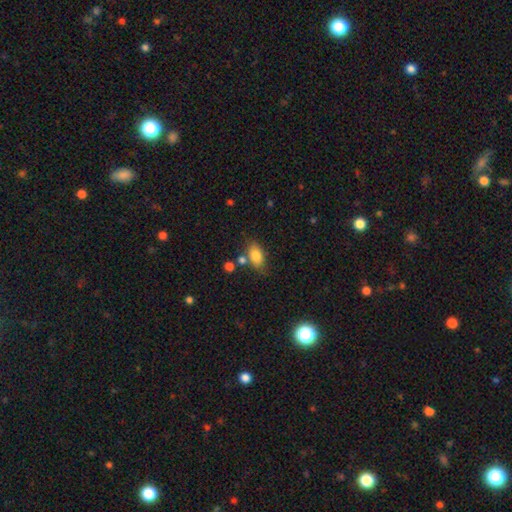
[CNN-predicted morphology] smooth 82%, featured or disk 10%, star or artifact 9%. Down the decision tree: how rounded — in between (86%); merging — none (66%).